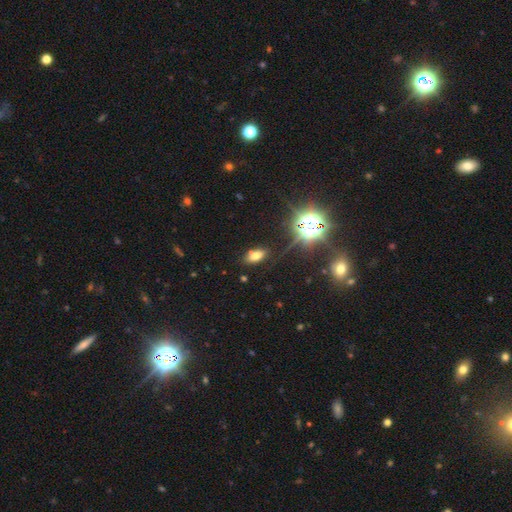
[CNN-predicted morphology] smooth-or-featured: smooth: 64% | star or artifact: 25% | featured or disk: 11%
  how-rounded: in between: 86% | cigar-shaped: 8% | round: 6%
  merging: none: 78% | minor disturbance: 13% | merger: 5% | major disturbance: 4%